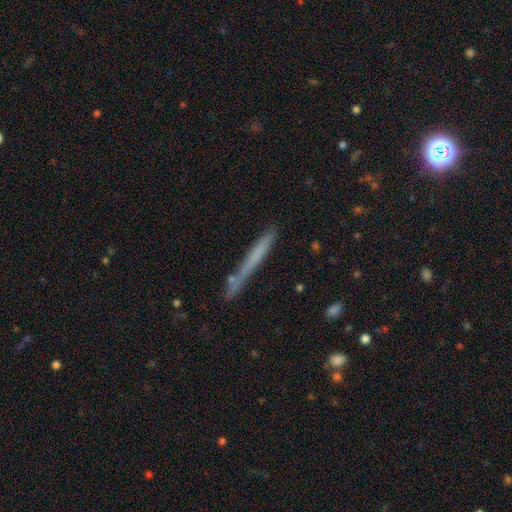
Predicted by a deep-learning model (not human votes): The model was most divided on "smooth or featured": smooth: 59%, featured or disk: 33%, star or artifact: 8%. More confident: how rounded — cigar-shaped (96%); merging — none (75%).